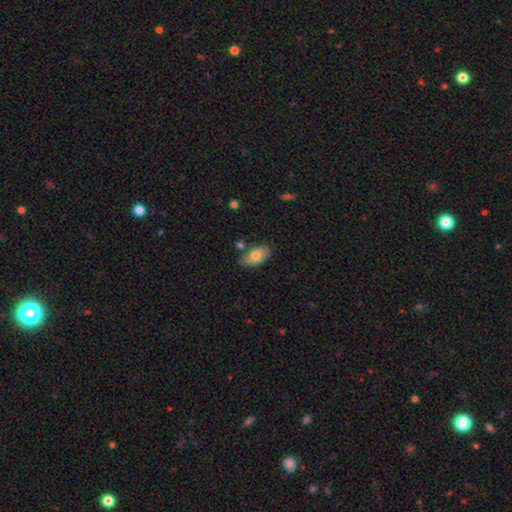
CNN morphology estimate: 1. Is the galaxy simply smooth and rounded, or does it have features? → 79% smooth, 15% featured or disk, 7% star or artifact.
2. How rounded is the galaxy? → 93% in between, 5% round, 2% cigar-shaped.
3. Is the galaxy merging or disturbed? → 75% none, 17% minor disturbance, 5% merger, 3% major disturbance.